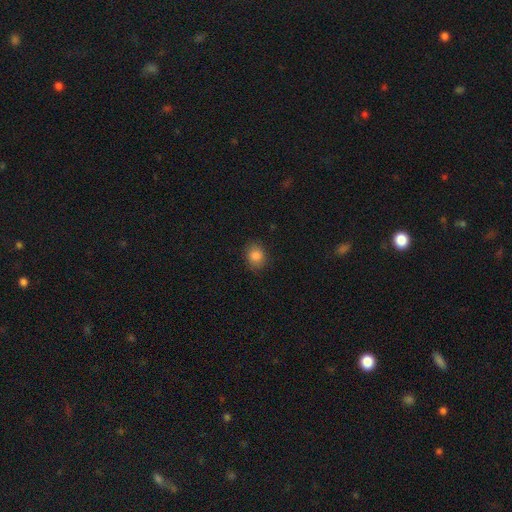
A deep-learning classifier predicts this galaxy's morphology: Smooth or featured: smooth — 85% (star or artifact — 10%)
How rounded: round — 66% (in between — 33%)
Merging: none — 86% (minor disturbance — 11%)